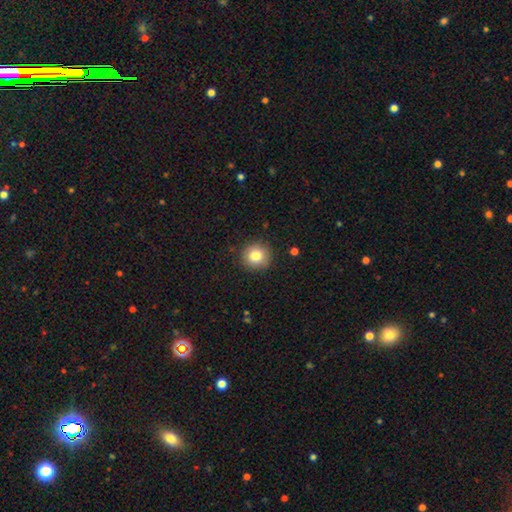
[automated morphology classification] Smooth or featured?
  - smooth: 82% *
  - star or artifact: 10%
  - featured or disk: 8%
How rounded?
  - round: 93% *
  - in between: 6%
  - cigar-shaped: 1%
Merging?
  - none: 90% *
  - minor disturbance: 7%
  - major disturbance: 2%
  - merger: 1%